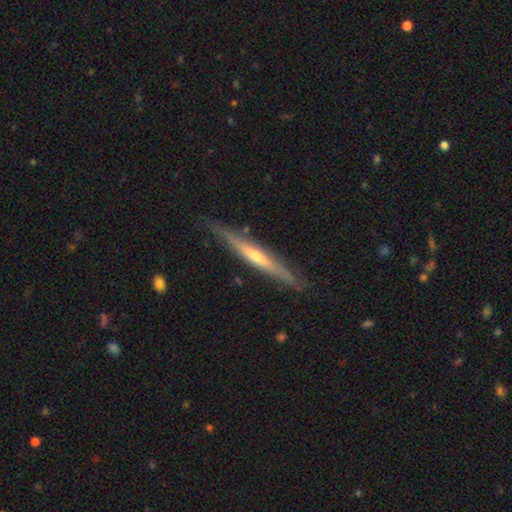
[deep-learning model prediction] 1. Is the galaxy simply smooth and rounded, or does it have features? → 72% featured or disk, 22% smooth, 6% star or artifact.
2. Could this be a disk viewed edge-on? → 96% yes, 4% no.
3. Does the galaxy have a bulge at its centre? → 69% rounded, 27% none, 4% boxy.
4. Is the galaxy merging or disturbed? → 87% none, 10% minor disturbance, 2% major disturbance, 1% merger.